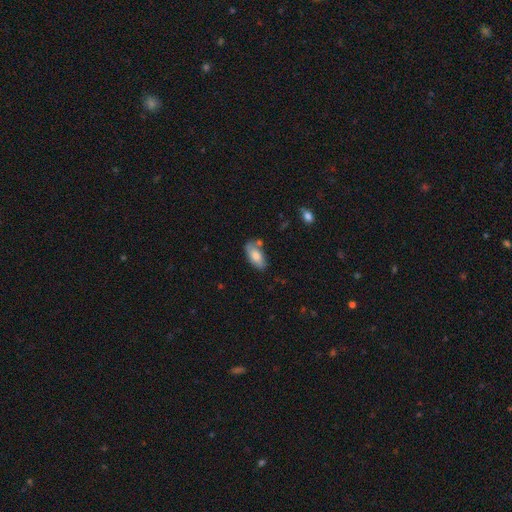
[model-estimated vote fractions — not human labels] Q: Smooth or featured?
A: smooth (73%); runner-up: featured or disk (20%)
Q: How rounded?
A: in between (90%); runner-up: cigar-shaped (7%)
Q: Merging?
A: none (64%); runner-up: minor disturbance (21%)